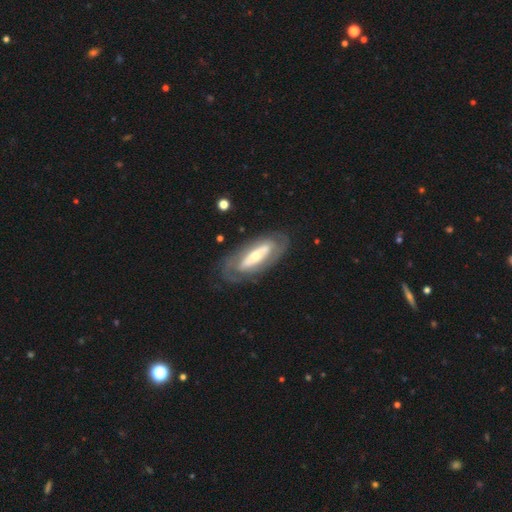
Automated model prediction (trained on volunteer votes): Q: Smooth or featured?
A: featured or disk (71%); runner-up: smooth (24%)
Q: Edge-on disk?
A: no (84%); runner-up: yes (16%)
Q: Bar?
A: no (46%); runner-up: strong (34%)
Q: Spiral arms?
A: yes (51%); runner-up: no (49%)
Q: Bulge size?
A: moderate (47%); runner-up: small (43%)
Q: Merging?
A: none (77%); runner-up: minor disturbance (14%)